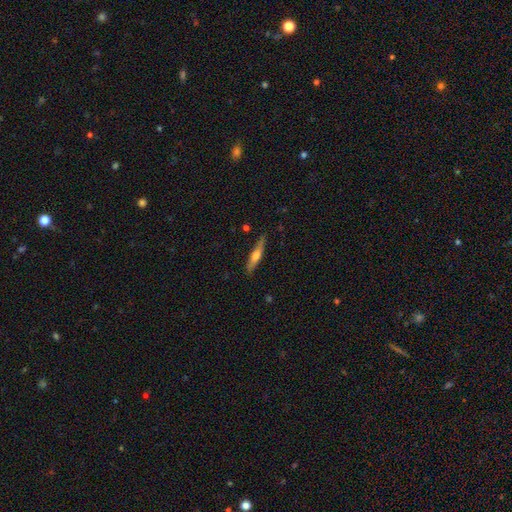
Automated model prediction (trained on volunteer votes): Smooth or featured: smooth — 49% (featured or disk — 46%)
Merging: none — 85% (minor disturbance — 11%)